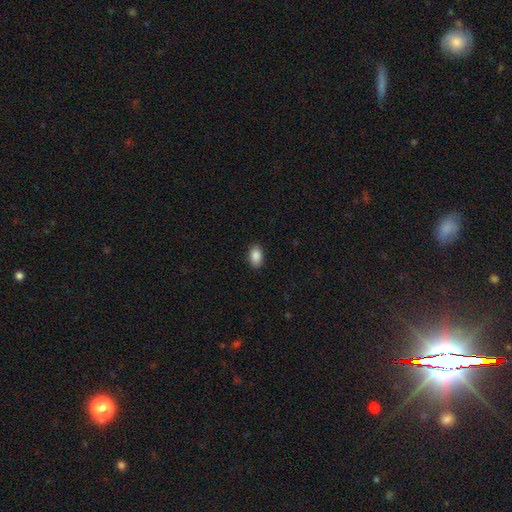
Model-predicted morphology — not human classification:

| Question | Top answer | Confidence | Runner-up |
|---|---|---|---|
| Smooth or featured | smooth | 89% | star or artifact (8%) |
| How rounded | in between | 89% | round (9%) |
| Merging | none | 89% | minor disturbance (8%) |